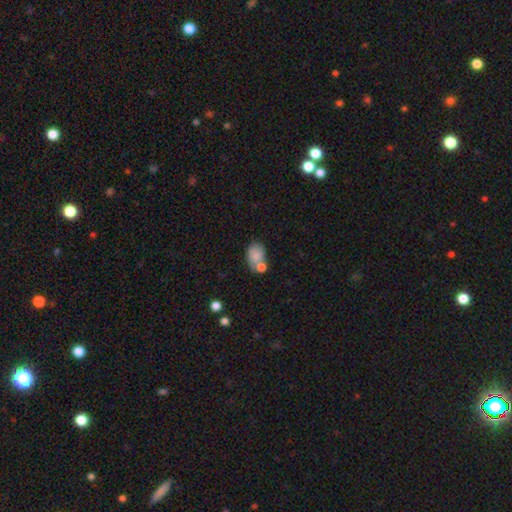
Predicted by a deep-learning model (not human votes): Smooth or featured? smooth (79%)
How rounded? in between (75%)
Merging? none (39%)